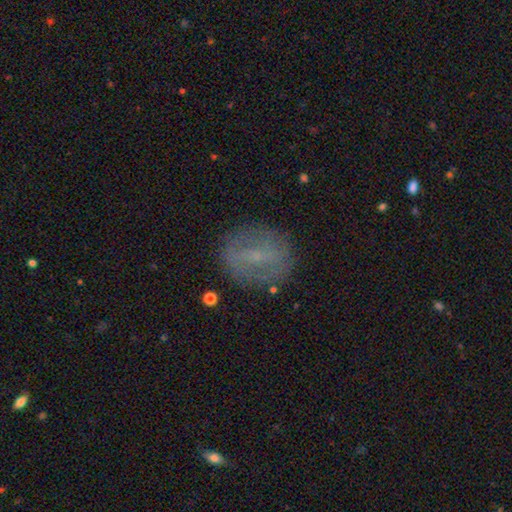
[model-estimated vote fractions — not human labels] smooth-or-featured: featured or disk: 46% | smooth: 41% | star or artifact: 13%
  merging: none: 81% | minor disturbance: 13% | major disturbance: 5% | merger: 1%